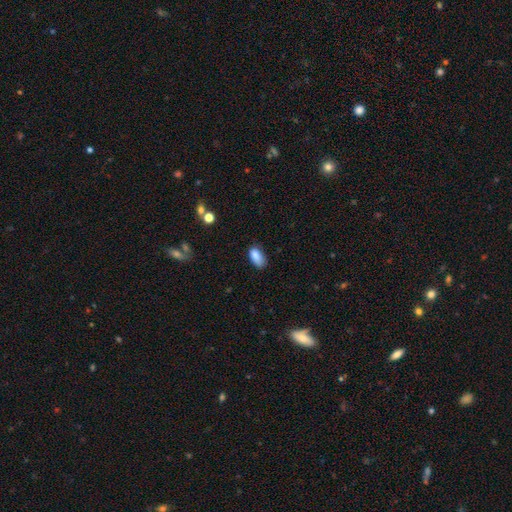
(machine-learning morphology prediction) A smooth galaxy with no disk features (86%) that is in between round and cigar-shaped (91%).

Vote fractions:
- Smooth or featured? smooth: 86% / star or artifact: 9% / featured or disk: 6%
- How rounded? in between: 91% / cigar-shaped: 5% / round: 4%
- Merging? none: 67% / minor disturbance: 26% / major disturbance: 5% / merger: 2%